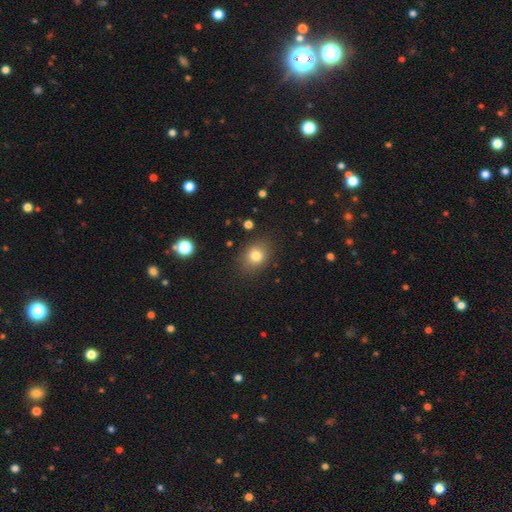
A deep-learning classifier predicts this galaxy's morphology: Smooth or featured? smooth (80%)
How rounded? in between (51%)
Merging? none (82%)